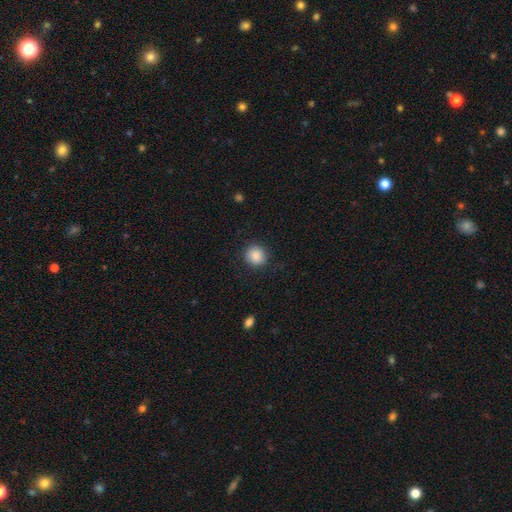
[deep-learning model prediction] smooth-or-featured: smooth: 88% | star or artifact: 8% | featured or disk: 4%
  how-rounded: round: 89% | in between: 10% | cigar-shaped: 1%
  merging: none: 87% | minor disturbance: 9% | major disturbance: 3% | merger: 1%